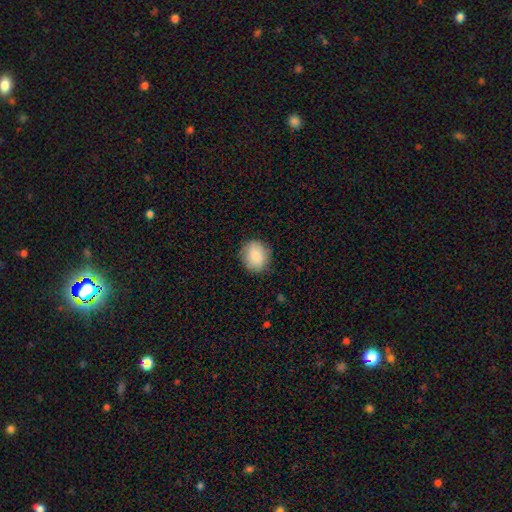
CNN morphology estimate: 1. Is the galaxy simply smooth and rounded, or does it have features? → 86% smooth, 7% star or artifact, 7% featured or disk.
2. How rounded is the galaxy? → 63% round, 36% in between, 1% cigar-shaped.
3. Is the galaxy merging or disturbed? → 84% none, 12% minor disturbance, 3% major disturbance, 1% merger.